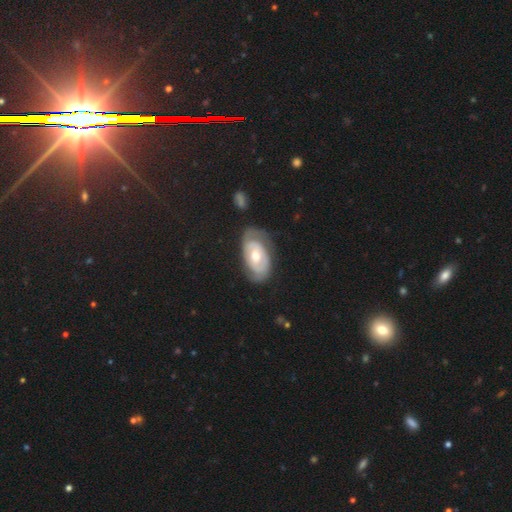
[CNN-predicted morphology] Overall: featured or disk (69%). Edge-on disk: no (93%). Bar: no (59%; weak 31%). Spiral arms: yes (67%; no 33%). Bulge size: moderate (73%). Merging: none (63%; minor disturbance 24%).